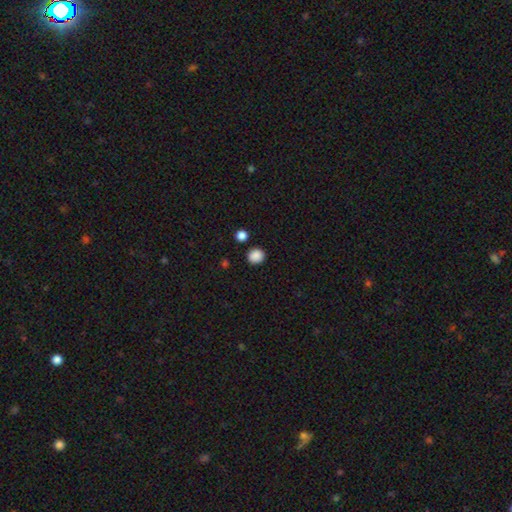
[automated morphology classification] This is clearly a smooth galaxy (87%). How rounded: clearly round (83%). Merging: clearly none (86%).